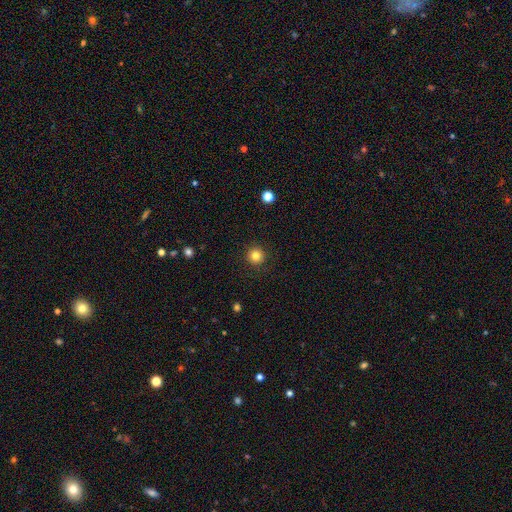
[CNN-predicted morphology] Q: Smooth or featured?
A: smooth (82%); runner-up: star or artifact (12%)
Q: How rounded?
A: round (96%); runner-up: in between (3%)
Q: Merging?
A: none (92%); runner-up: minor disturbance (5%)